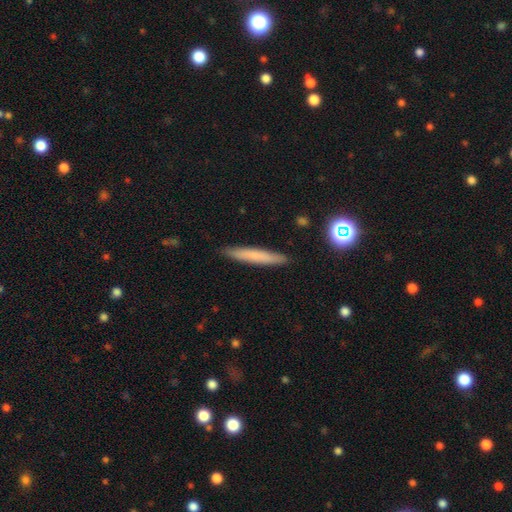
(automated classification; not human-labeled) Q: Smooth or featured?
A: smooth (69%); runner-up: featured or disk (23%)
Q: How rounded?
A: cigar-shaped (95%); runner-up: in between (4%)
Q: Merging?
A: none (90%); runner-up: minor disturbance (7%)